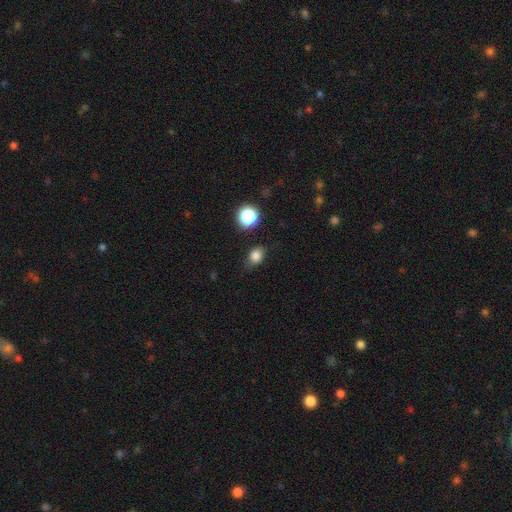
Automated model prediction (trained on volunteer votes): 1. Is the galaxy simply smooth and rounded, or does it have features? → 81% smooth, 13% star or artifact, 6% featured or disk.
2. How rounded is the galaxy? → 60% in between, 38% round, 2% cigar-shaped.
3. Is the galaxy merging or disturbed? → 77% none, 17% minor disturbance, 4% major disturbance, 2% merger.